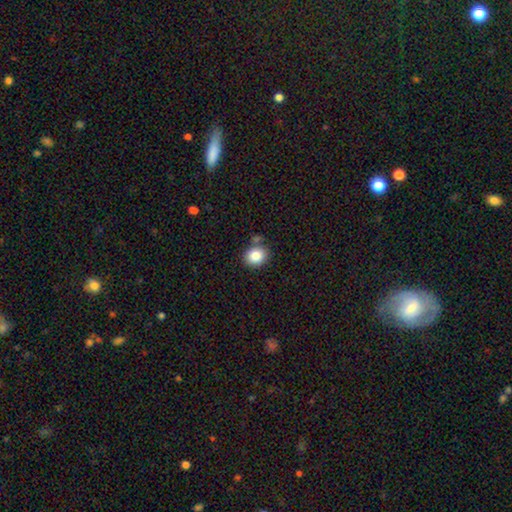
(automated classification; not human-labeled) This is clearly a smooth galaxy (84%). How rounded: likely round (68%). Merging: likely none (76%).